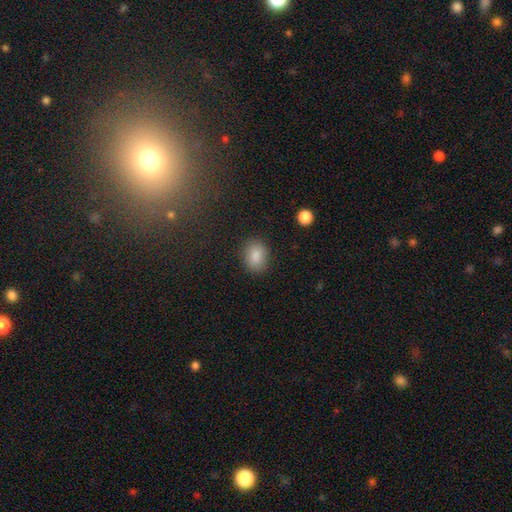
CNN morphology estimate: A smooth galaxy with no disk features (87%) that is in between round and cigar-shaped (62%). Merging: none (85%).